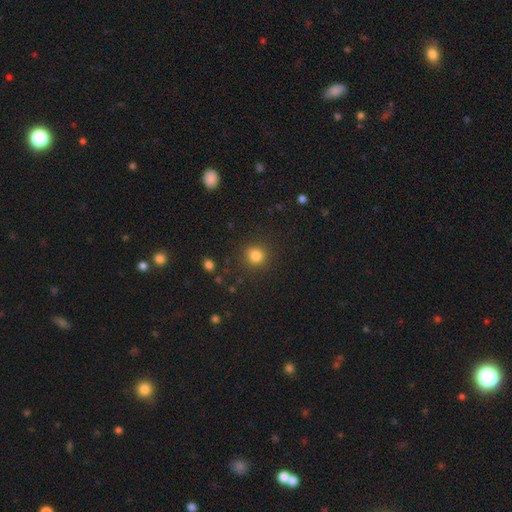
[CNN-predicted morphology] smooth-or-featured: smooth: 82% | star or artifact: 13% | featured or disk: 5%
  how-rounded: round: 87% | in between: 12% | cigar-shaped: 1%
  merging: none: 86% | minor disturbance: 9% | major disturbance: 3% | merger: 2%